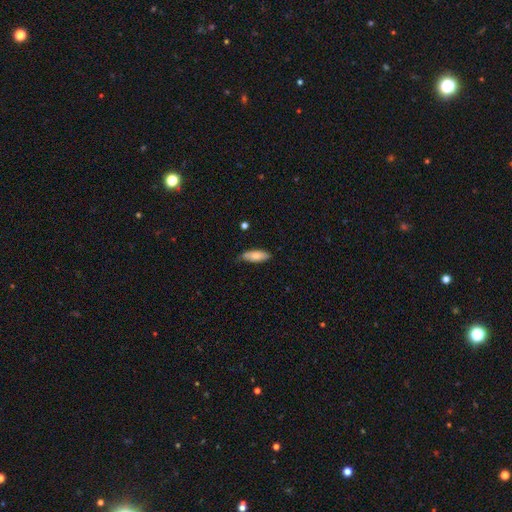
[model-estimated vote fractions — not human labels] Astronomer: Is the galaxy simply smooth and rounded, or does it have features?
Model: smooth — 80%.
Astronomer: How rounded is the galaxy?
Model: in between — 69%.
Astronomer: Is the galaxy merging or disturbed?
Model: none — 74%.